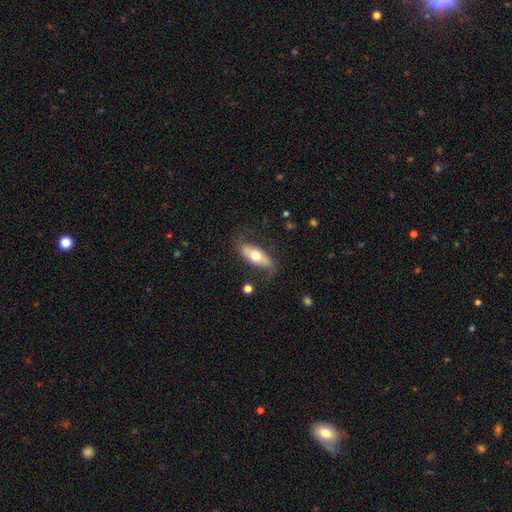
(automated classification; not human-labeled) Smooth or featured? Predicted: smooth (p=0.54). How rounded? Predicted: in between (p=0.73). Merging? Predicted: none (p=0.71).